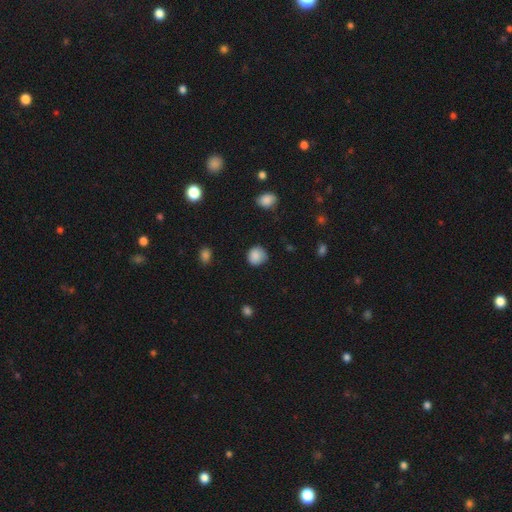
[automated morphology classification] A smooth galaxy with no disk features (87%) that is round (85%). Merging: none (77%).